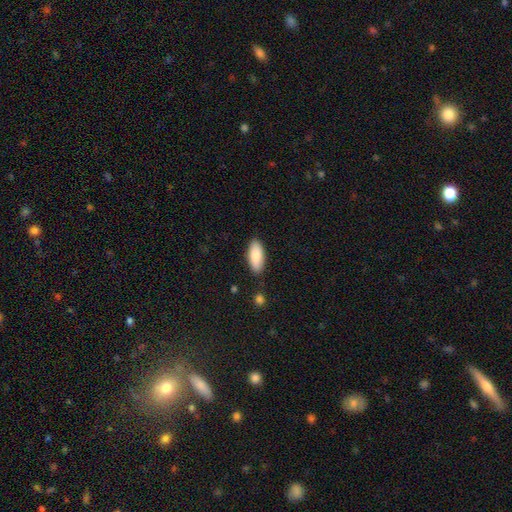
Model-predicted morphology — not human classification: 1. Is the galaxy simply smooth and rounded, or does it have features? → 86% smooth, 8% featured or disk, 6% star or artifact.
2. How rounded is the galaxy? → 84% in between, 15% cigar-shaped, 2% round.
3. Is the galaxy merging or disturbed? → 84% none, 12% minor disturbance, 2% major disturbance, 2% merger.